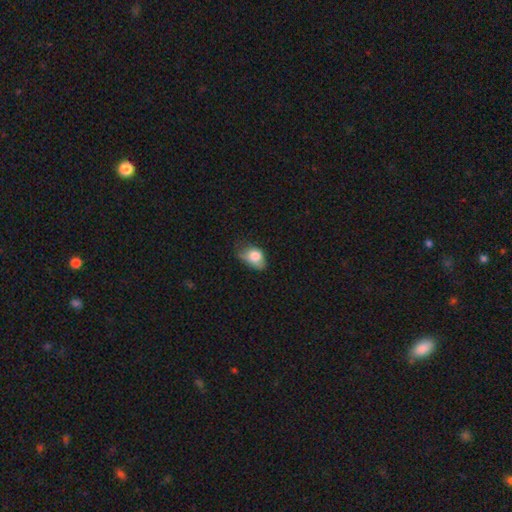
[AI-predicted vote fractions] Q: Smooth or featured?
A: smooth (77%); runner-up: featured or disk (14%)
Q: How rounded?
A: in between (75%); runner-up: round (24%)
Q: Merging?
A: minor disturbance (46%); runner-up: none (27%)